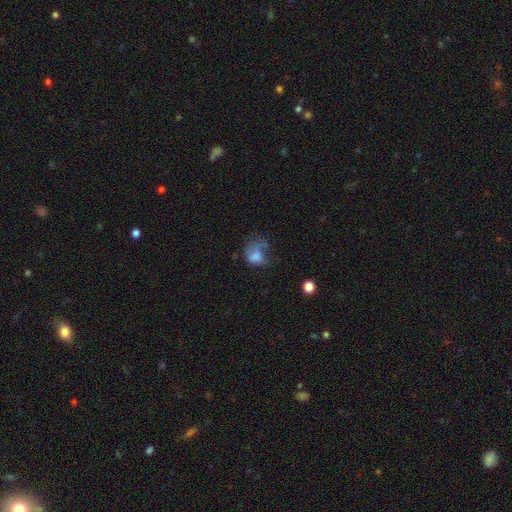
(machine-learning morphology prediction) Overall: smooth (65%). How rounded: in between (59%; round 40%). Merging: major disturbance (52%; minor disturbance 22%).